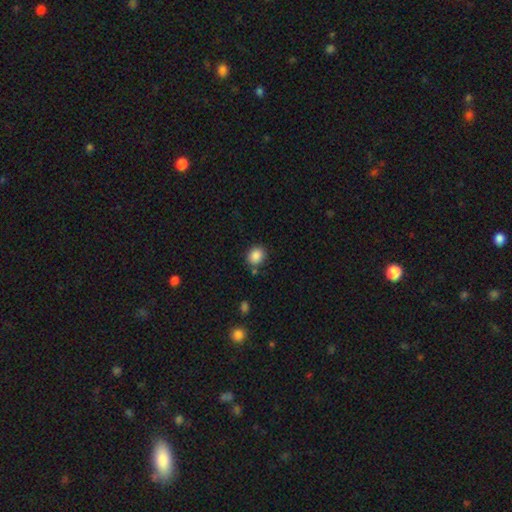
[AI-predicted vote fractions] This is clearly a smooth galaxy (87%). How rounded: likely round (65%). Merging: clearly none (80%).